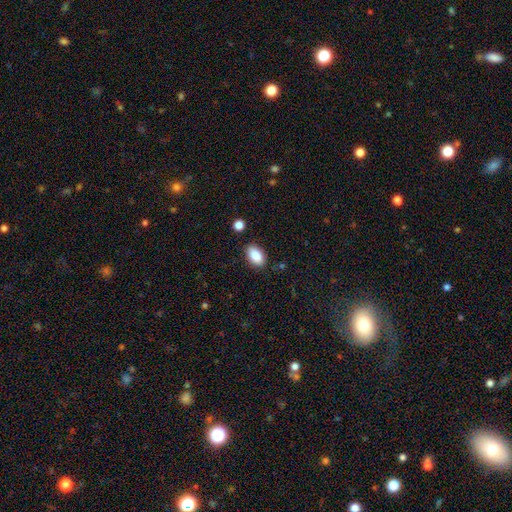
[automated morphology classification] Smooth or featured: smooth — 87% (star or artifact — 7%)
How rounded: in between — 91% (round — 7%)
Merging: none — 85% (minor disturbance — 11%)